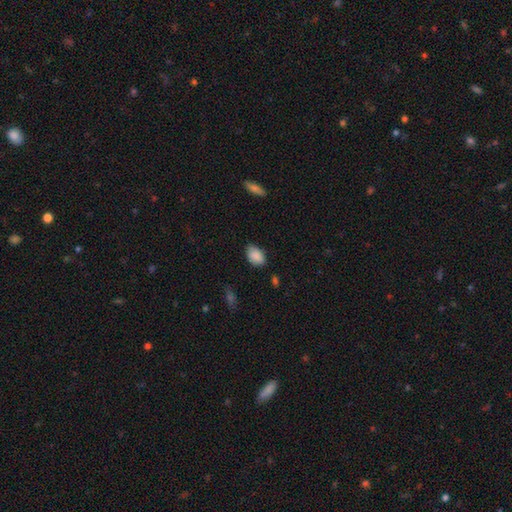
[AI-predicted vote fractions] Smooth or featured?
  - smooth: 88% *
  - star or artifact: 7%
  - featured or disk: 5%
How rounded?
  - in between: 88% *
  - round: 10%
  - cigar-shaped: 1%
Merging?
  - none: 72% *
  - minor disturbance: 23%
  - major disturbance: 4%
  - merger: 2%